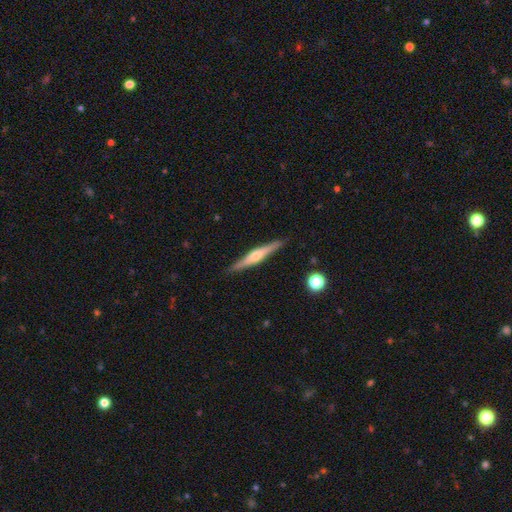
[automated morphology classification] type=featured or disk (69%); edge-on=yes (98%); edge-on bulge=rounded (85%); merging=none (89%).